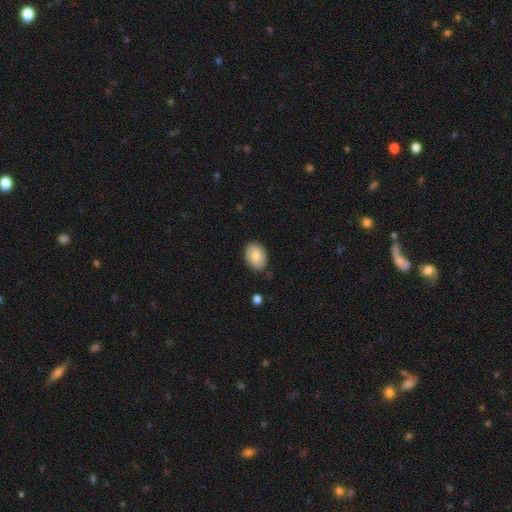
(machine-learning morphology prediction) smooth-or-featured: smooth: 81% | featured or disk: 13% | star or artifact: 7%
  how-rounded: in between: 82% | round: 16% | cigar-shaped: 1%
  merging: none: 83% | minor disturbance: 13% | major disturbance: 2% | merger: 2%